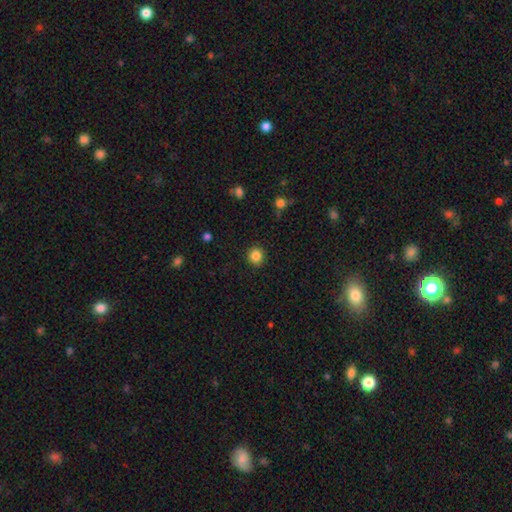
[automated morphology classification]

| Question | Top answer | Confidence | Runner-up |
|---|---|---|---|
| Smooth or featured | smooth | 85% | star or artifact (11%) |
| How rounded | round | 89% | in between (10%) |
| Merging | none | 90% | minor disturbance (7%) |